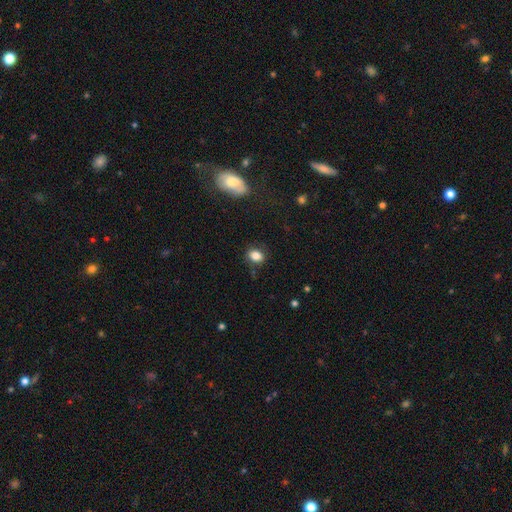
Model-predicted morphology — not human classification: smooth-or-featured: smooth: 82% | star or artifact: 10% | featured or disk: 8%
  how-rounded: in between: 60% | round: 39% | cigar-shaped: 1%
  merging: none: 79% | minor disturbance: 15% | major disturbance: 4% | merger: 2%